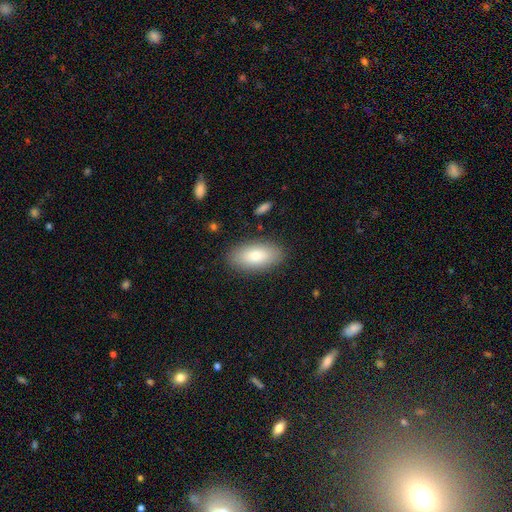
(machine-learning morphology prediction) This is clearly a smooth galaxy (81%). How rounded: clearly in between (92%). Merging: clearly none (86%).